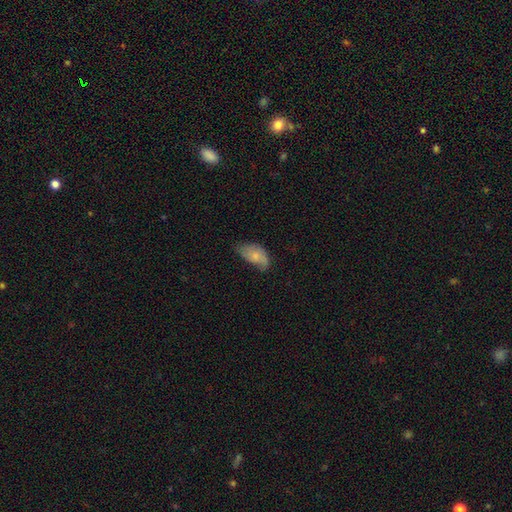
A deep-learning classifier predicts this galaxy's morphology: A smooth galaxy with no disk features (64%) that is in between round and cigar-shaped (93%). Merging: minor disturbance (41%).